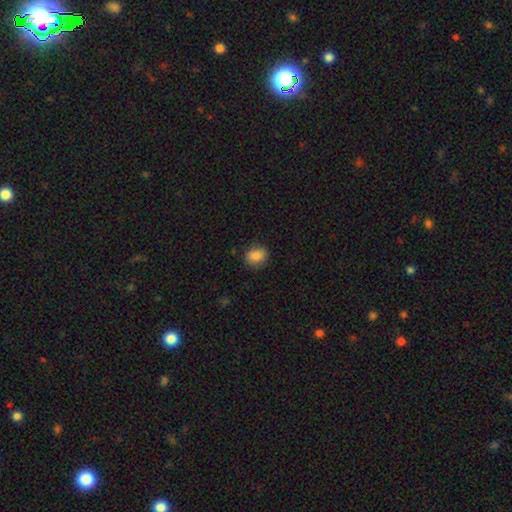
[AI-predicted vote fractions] A smooth galaxy with no disk features (86%) that is round (51%).

Vote fractions:
- Smooth or featured? smooth: 86% / star or artifact: 9% / featured or disk: 4%
- How rounded? round: 51% / in between: 48% / cigar-shaped: 1%
- Merging? none: 84% / minor disturbance: 13% / major disturbance: 3% / merger: 1%